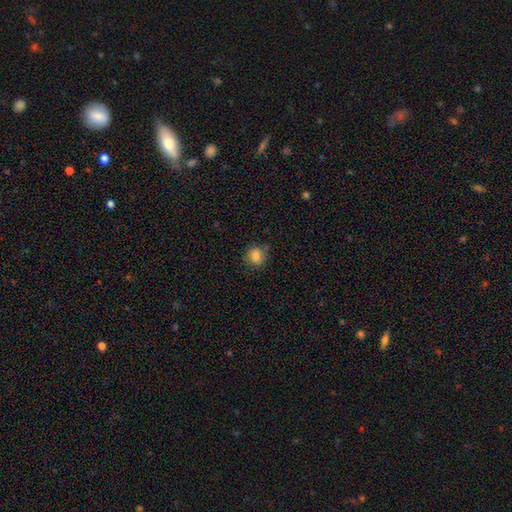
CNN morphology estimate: Overall: smooth (84%). How rounded: round (78%). Merging: none (78%).